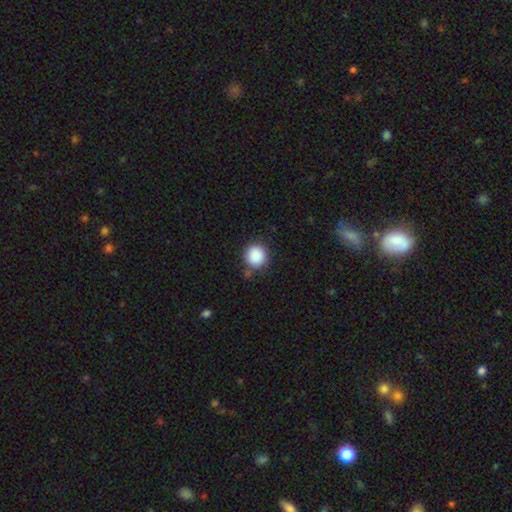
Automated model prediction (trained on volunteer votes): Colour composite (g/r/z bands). It shows a smooth galaxy with no disk features (89%) that is round (92%). Merging: none (83%).